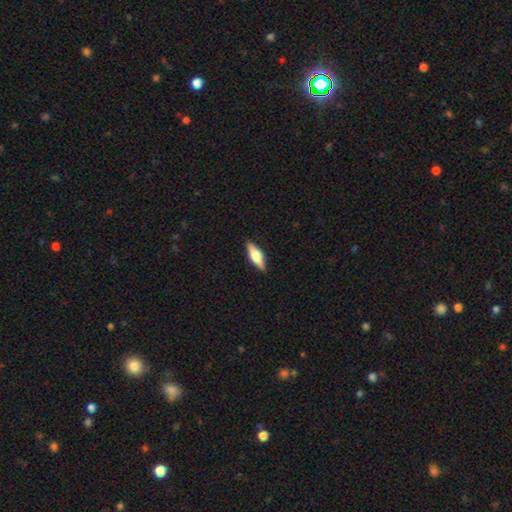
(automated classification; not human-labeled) smooth-or-featured: smooth: 48% | featured or disk: 46% | star or artifact: 6%
  merging: none: 89% | minor disturbance: 8% | major disturbance: 2% | merger: 1%